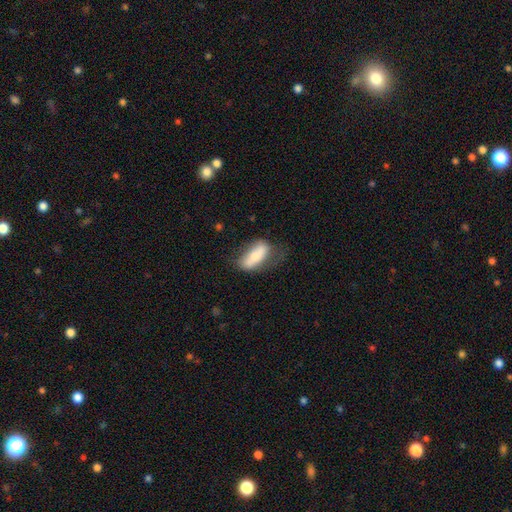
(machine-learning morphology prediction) A smooth galaxy with no disk features (68%) that is in between round and cigar-shaped (74%). Merging: none (48%).